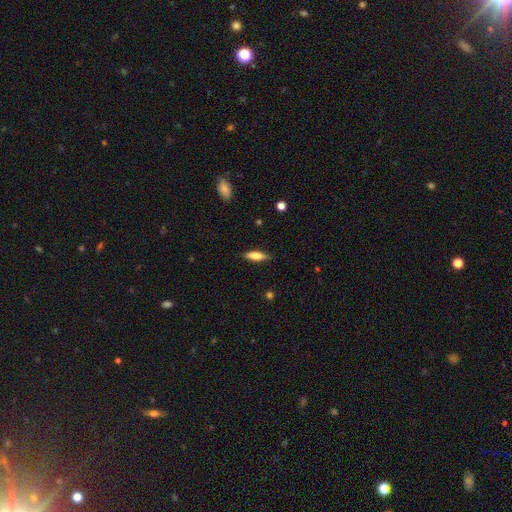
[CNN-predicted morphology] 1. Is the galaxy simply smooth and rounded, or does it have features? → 76% smooth, 18% featured or disk, 6% star or artifact.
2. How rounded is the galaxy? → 57% cigar-shaped, 41% in between, 2% round.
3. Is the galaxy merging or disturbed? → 85% none, 12% minor disturbance, 2% major disturbance, 1% merger.